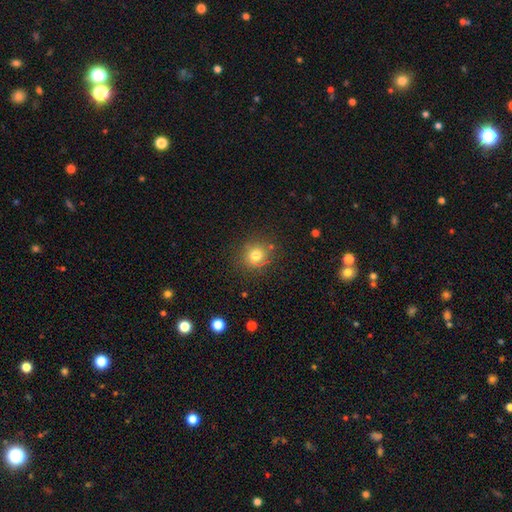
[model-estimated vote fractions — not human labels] smooth_or_featured: smooth (p=0.79) [alt: star or artifact p=0.13]
how_rounded: round (p=0.84) [alt: in between p=0.15]
merging: none (p=0.81) [alt: minor disturbance p=0.12]